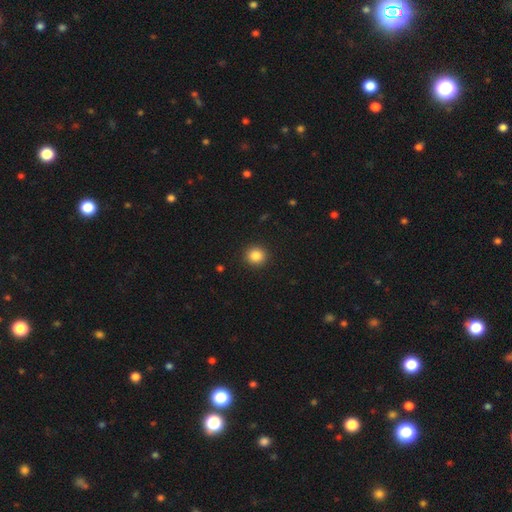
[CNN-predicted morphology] type=smooth (86%); roundness=round (88%); merging=none (92%).